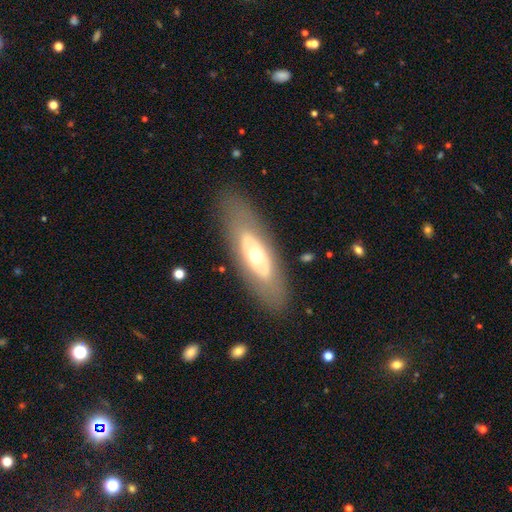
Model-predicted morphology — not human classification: Smooth or featured? featured or disk (59%)
Edge-on disk? no (78%)
Merging? none (81%)